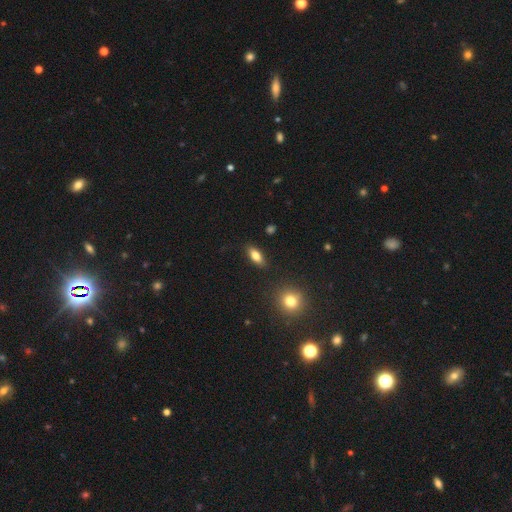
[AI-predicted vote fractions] Smooth or featured: smooth — 77% (featured or disk — 14%)
How rounded: in between — 80% (cigar-shaped — 16%)
Merging: none — 86% (minor disturbance — 10%)